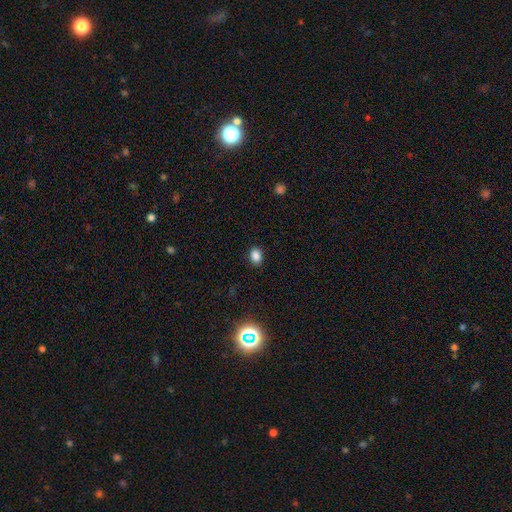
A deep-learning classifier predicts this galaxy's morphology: type=smooth (84%); roundness=in between (62%); merging=none (89%).